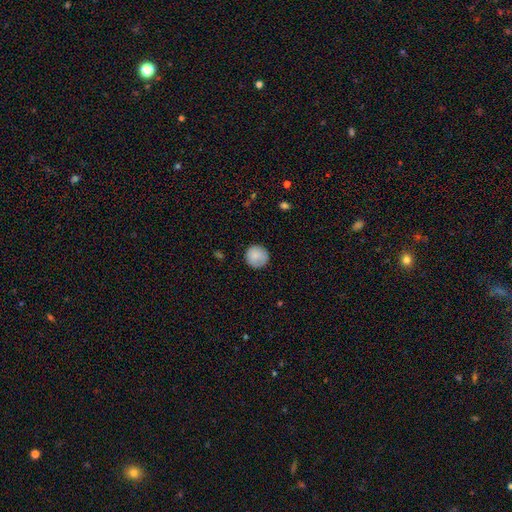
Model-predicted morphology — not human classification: Overall: smooth (85%). How rounded: round (95%). Merging: none (86%).